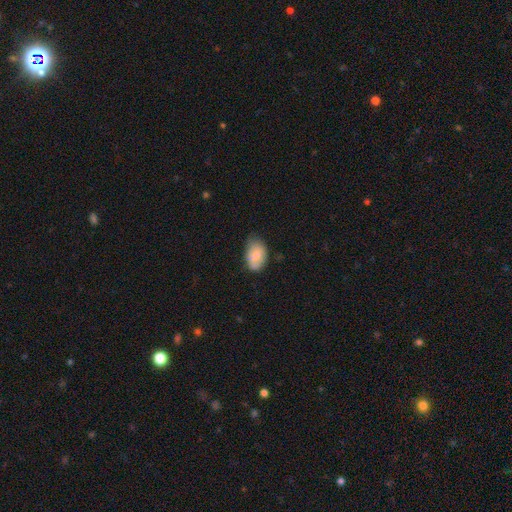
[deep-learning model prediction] Smooth or featured: smooth — 75% (featured or disk — 18%)
How rounded: in between — 89% (round — 9%)
Merging: none — 58% (minor disturbance — 33%)